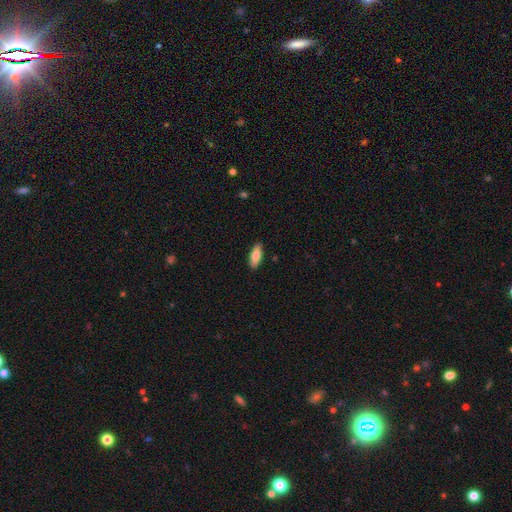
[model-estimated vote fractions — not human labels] Q: Smooth or featured?
A: smooth (82%); runner-up: featured or disk (12%)
Q: How rounded?
A: in between (73%); runner-up: cigar-shaped (25%)
Q: Merging?
A: none (89%); runner-up: minor disturbance (8%)